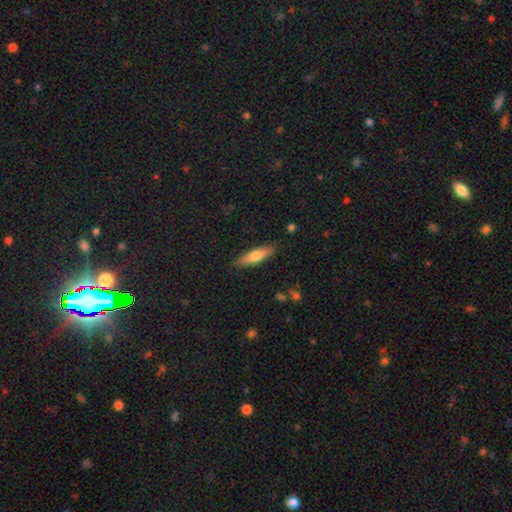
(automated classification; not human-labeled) smooth 67%, featured or disk 27%, star or artifact 6%. Down the decision tree: how rounded — cigar-shaped (67%); merging — none (86%).